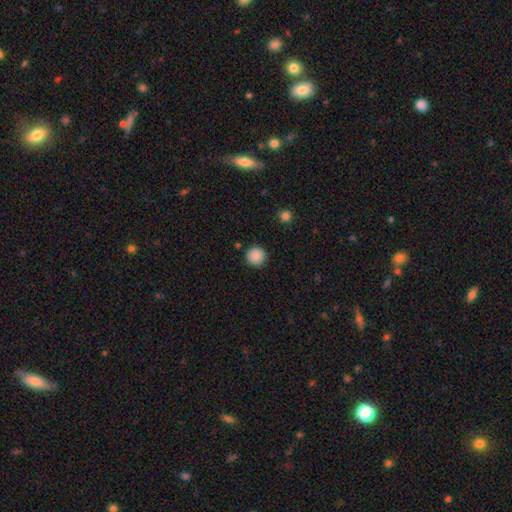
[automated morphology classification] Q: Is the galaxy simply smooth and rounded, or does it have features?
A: smooth — 88%.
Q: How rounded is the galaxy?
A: round — 96%.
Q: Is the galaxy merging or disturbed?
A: none — 91%.